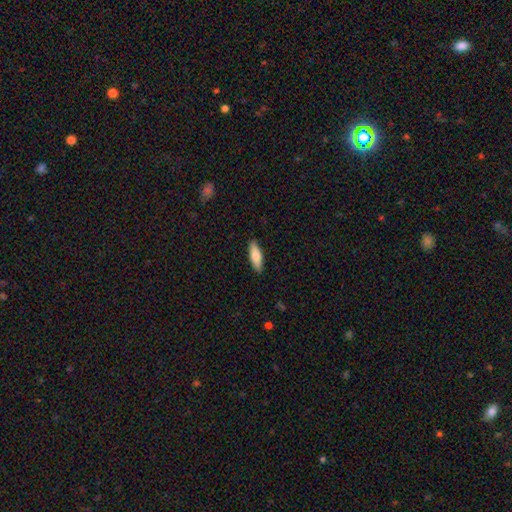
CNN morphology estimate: Smooth or featured: smooth — 76% (featured or disk — 19%)
How rounded: in between — 55% (cigar-shaped — 43%)
Merging: none — 90% (minor disturbance — 8%)